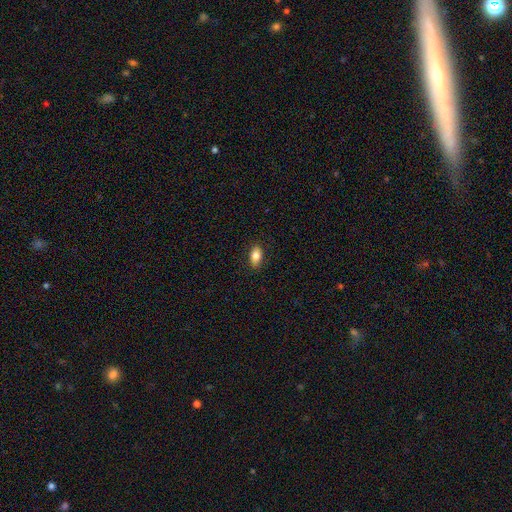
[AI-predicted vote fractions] The model was most divided on "smooth or featured": smooth: 82%, featured or disk: 10%, star or artifact: 8%. More confident: how rounded — in between (89%); merging — none (87%).